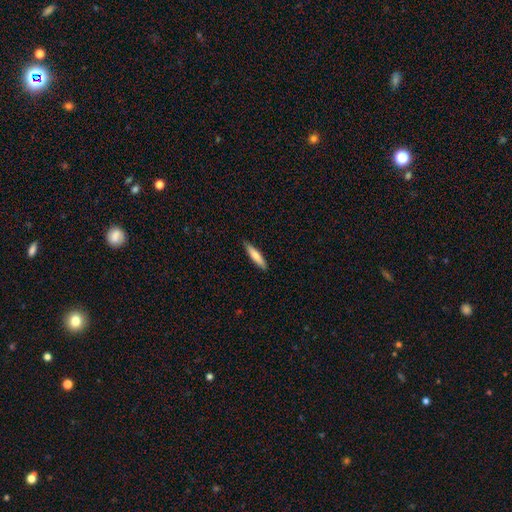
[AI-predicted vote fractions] A smooth galaxy with no disk features (76%) that is cigar-shaped (83%).

Vote fractions:
- Smooth or featured? smooth: 76% / featured or disk: 18% / star or artifact: 6%
- How rounded? cigar-shaped: 83% / in between: 15% / round: 1%
- Merging? none: 88% / minor disturbance: 9% / major disturbance: 2% / merger: 1%